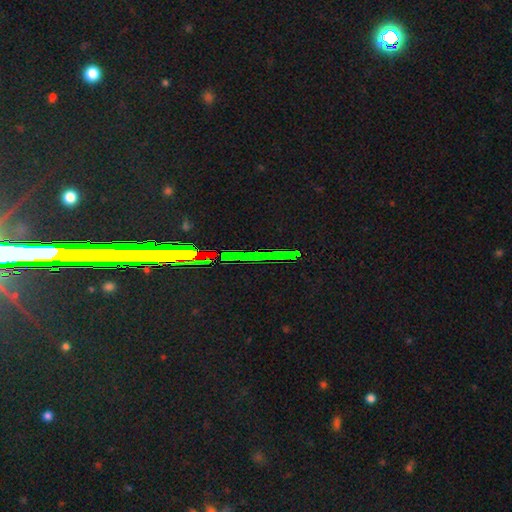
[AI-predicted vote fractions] Morphology: type=star or artifact (73%).